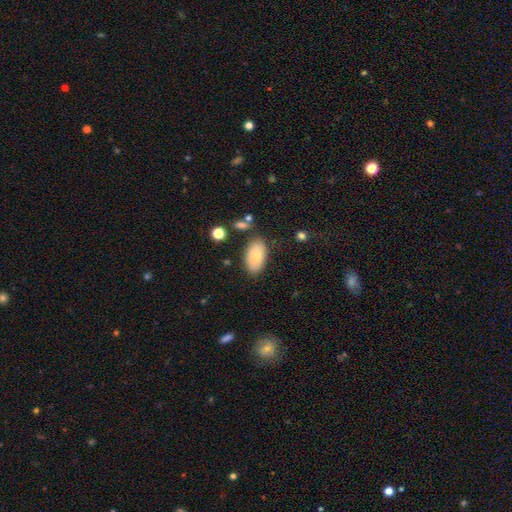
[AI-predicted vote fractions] smooth 75%, featured or disk 18%, star or artifact 7%. Down the decision tree: how rounded — in between (93%); merging — none (79%).